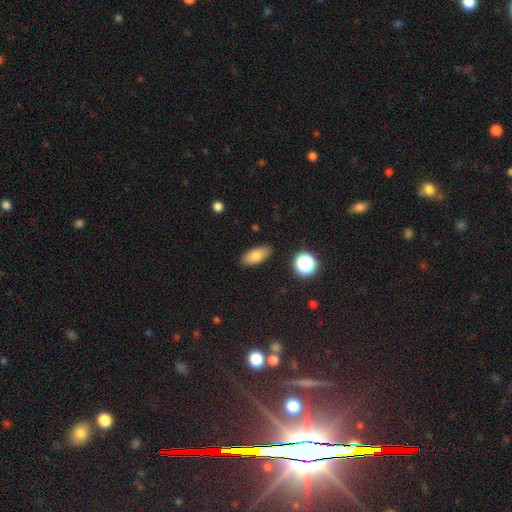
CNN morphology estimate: Smooth or featured?
  - smooth: 78% *
  - featured or disk: 13%
  - star or artifact: 10%
How rounded?
  - in between: 84% *
  - cigar-shaped: 10%
  - round: 5%
Merging?
  - none: 87% *
  - minor disturbance: 9%
  - major disturbance: 2%
  - merger: 2%